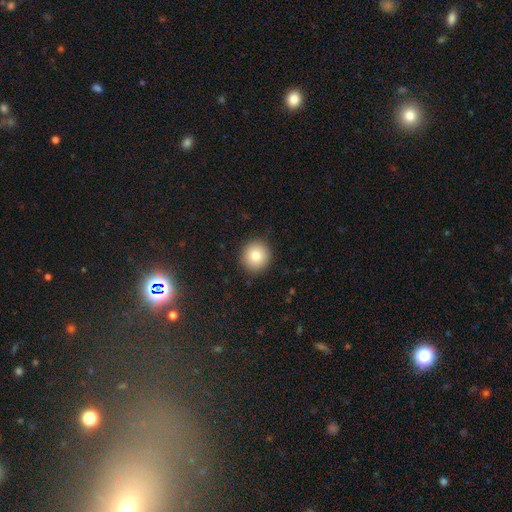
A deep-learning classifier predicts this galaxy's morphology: smooth-or-featured: smooth: 82% | star or artifact: 10% | featured or disk: 8%
  how-rounded: round: 93% | in between: 6% | cigar-shaped: 1%
  merging: none: 91% | minor disturbance: 6% | major disturbance: 2% | merger: 1%